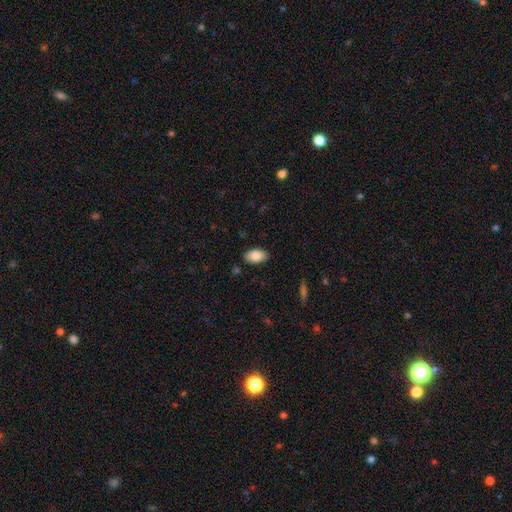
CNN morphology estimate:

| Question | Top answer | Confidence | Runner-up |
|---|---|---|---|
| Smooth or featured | smooth | 85% | featured or disk (8%) |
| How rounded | in between | 93% | round (5%) |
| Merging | none | 87% | minor disturbance (9%) |